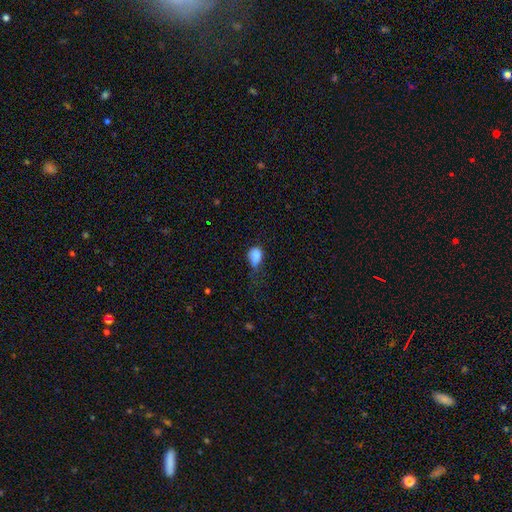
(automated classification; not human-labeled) Morphology: type=smooth (80%); roundness=in between (73%); merging=minor disturbance (39%).